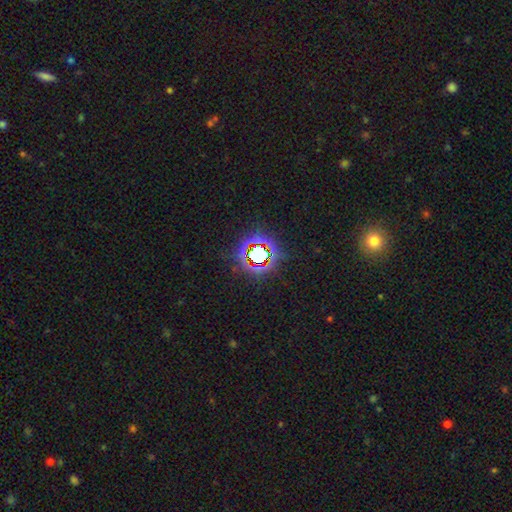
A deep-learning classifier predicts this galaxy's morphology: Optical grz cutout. It shows a star or artifact, not a galaxy (73%).